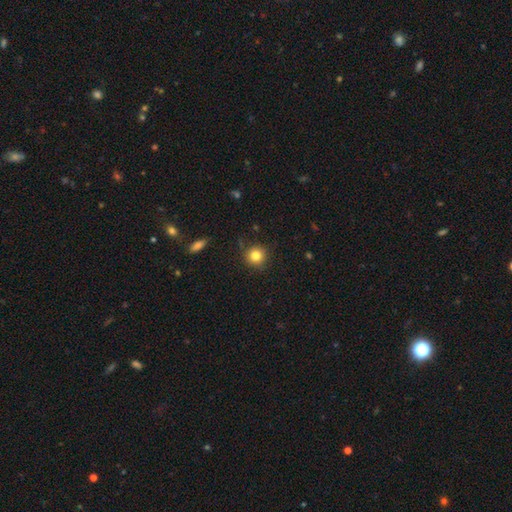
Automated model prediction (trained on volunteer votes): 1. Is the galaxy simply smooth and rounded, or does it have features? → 82% smooth, 11% star or artifact, 7% featured or disk.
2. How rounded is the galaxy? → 93% round, 6% in between, 1% cigar-shaped.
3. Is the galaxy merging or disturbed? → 88% none, 9% minor disturbance, 2% major disturbance, 2% merger.